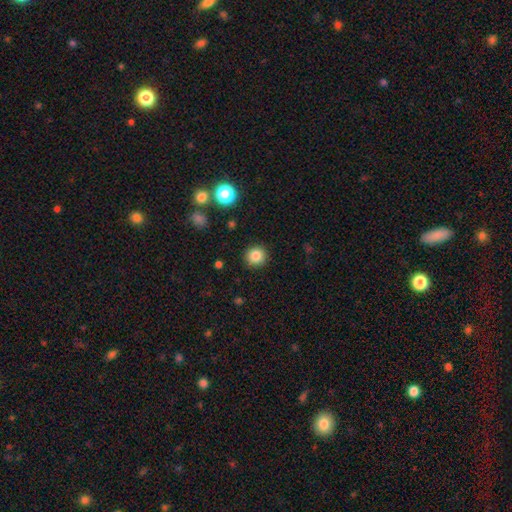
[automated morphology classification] Smooth or featured: smooth — 84% (star or artifact — 11%)
How rounded: round — 92% (in between — 7%)
Merging: none — 91% (minor disturbance — 6%)